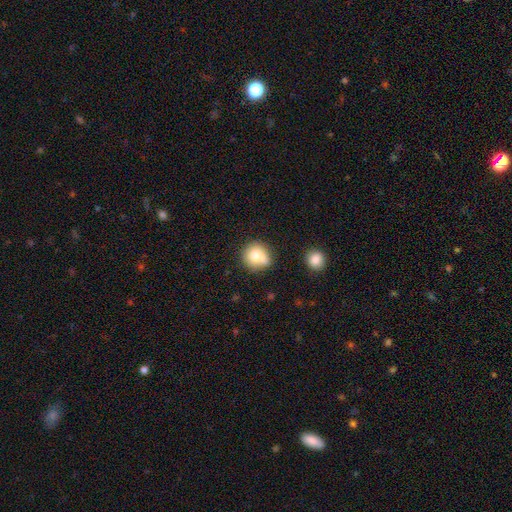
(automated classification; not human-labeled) This is likely a smooth galaxy (78%). How rounded: clearly round (85%). Merging: possibly none (59%).